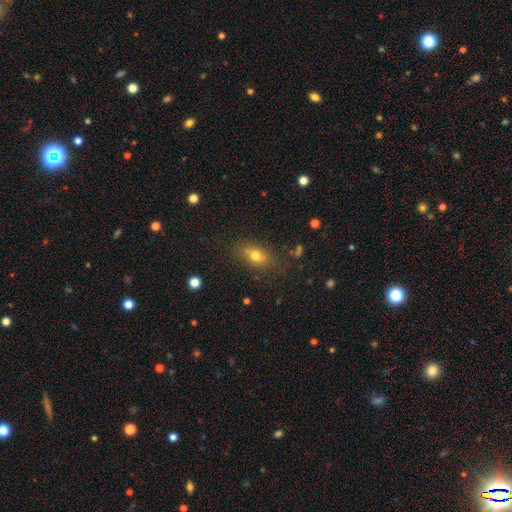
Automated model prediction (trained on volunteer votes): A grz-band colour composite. It shows a smooth galaxy with no disk features (72%) that is in between round and cigar-shaped (70%). Merging: none (76%).